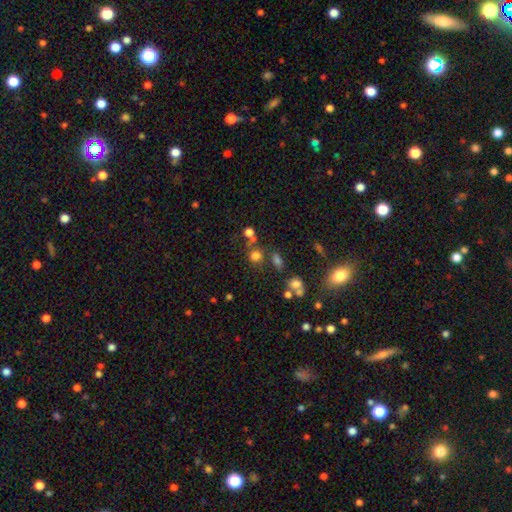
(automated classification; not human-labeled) Overall: smooth (72%). How rounded: round (79%). Merging: none (62%).